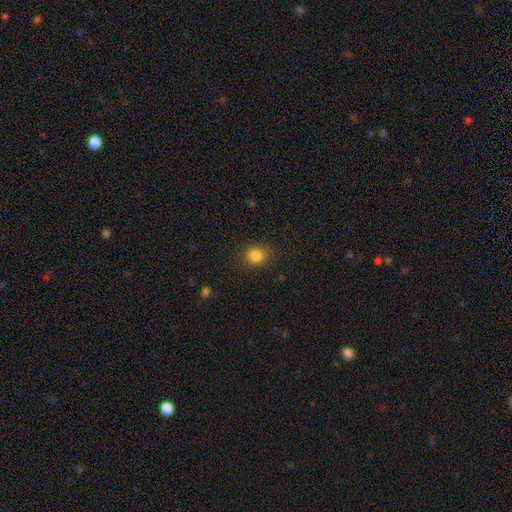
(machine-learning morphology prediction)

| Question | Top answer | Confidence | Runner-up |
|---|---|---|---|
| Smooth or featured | smooth | 85% | star or artifact (11%) |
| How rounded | round | 68% | in between (31%) |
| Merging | none | 85% | minor disturbance (11%) |